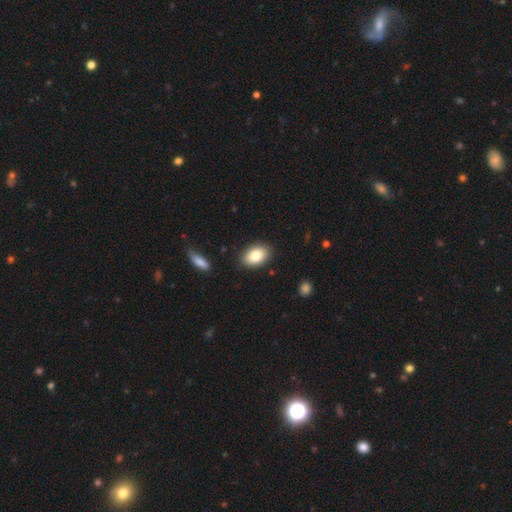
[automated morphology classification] Smooth or featured? smooth (82%)
How rounded? in between (88%)
Merging? none (87%)